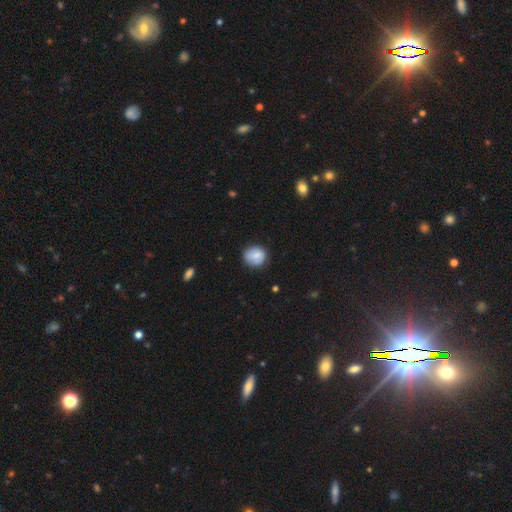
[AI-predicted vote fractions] Morphology: type=smooth (79%); roundness=round (77%); merging=none (76%).